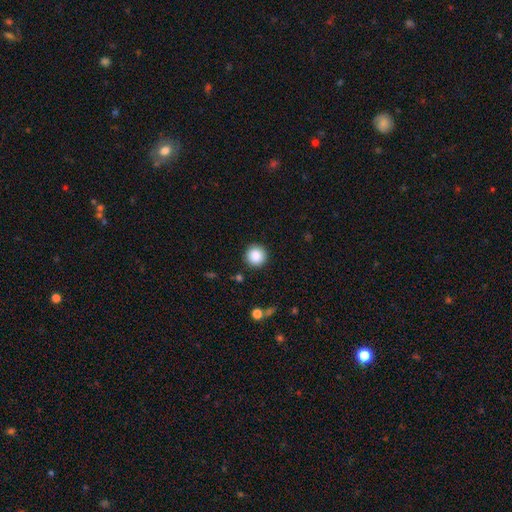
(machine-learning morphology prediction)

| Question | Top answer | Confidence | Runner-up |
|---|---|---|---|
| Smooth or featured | smooth | 88% | star or artifact (9%) |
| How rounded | round | 96% | in between (3%) |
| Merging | none | 91% | minor disturbance (6%) |